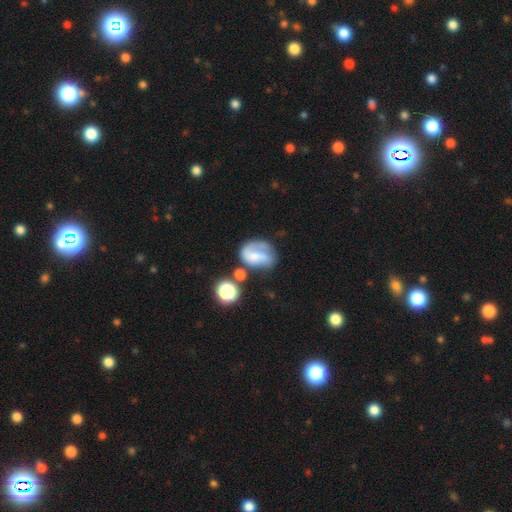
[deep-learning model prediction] Q: Smooth or featured?
A: featured or disk (56%); runner-up: smooth (34%)
Q: Edge-on disk?
A: no (97%); runner-up: yes (3%)
Q: Bar?
A: no (52%); runner-up: weak (37%)
Q: Spiral arms?
A: yes (80%); runner-up: no (20%)
Q: Bulge size?
A: small (38%); runner-up: none (27%)
Q: Merging?
A: none (42%); runner-up: minor disturbance (24%)